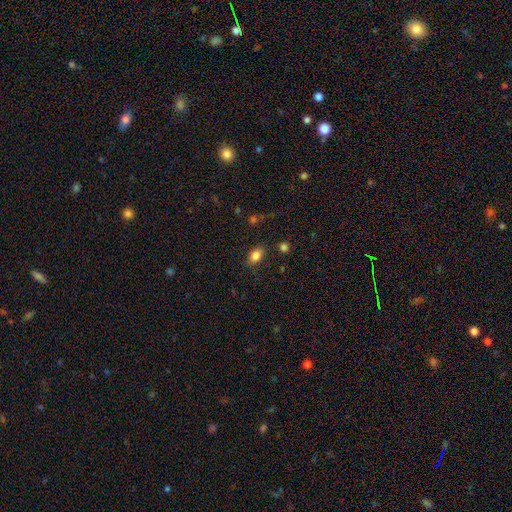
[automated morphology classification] The model was most divided on "how rounded": in between: 80%, round: 18%, cigar-shaped: 2%. More confident: smooth or featured — smooth (82%); merging — none (81%).